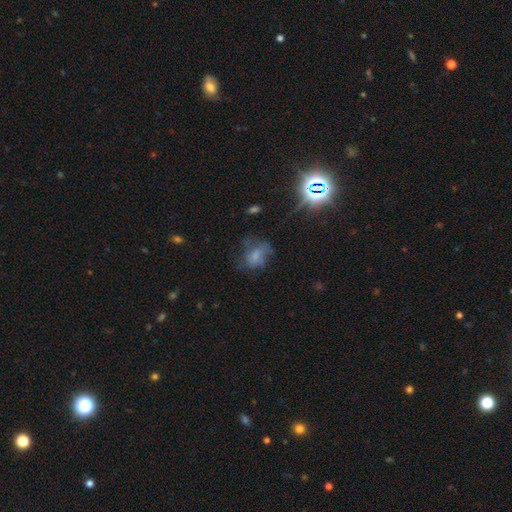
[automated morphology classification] Smooth or featured? smooth (50%)
How rounded? in between (68%)
Merging? none (40%)